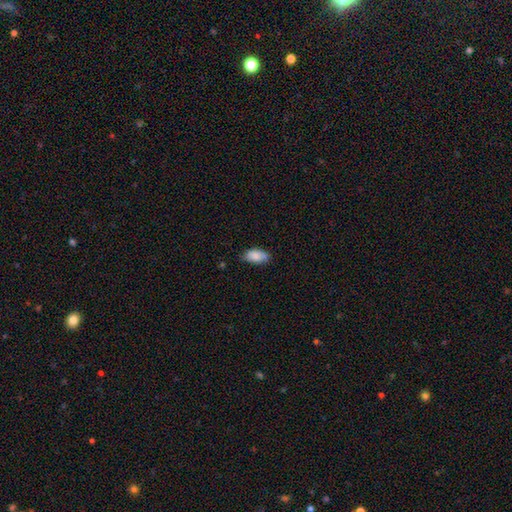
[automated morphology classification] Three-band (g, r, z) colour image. It shows a smooth galaxy with no disk features (86%) that is in between round and cigar-shaped (93%). Merging: none (73%).